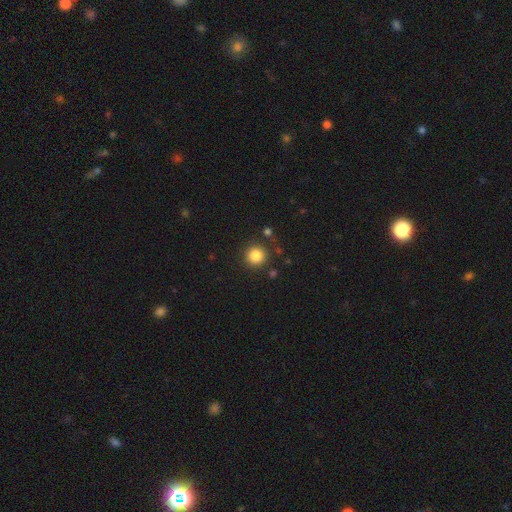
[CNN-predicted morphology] smooth_or_featured: smooth (p=0.85) [alt: star or artifact p=0.11]
how_rounded: round (p=0.95) [alt: in between p=0.04]
merging: none (p=0.87) [alt: minor disturbance p=0.07]